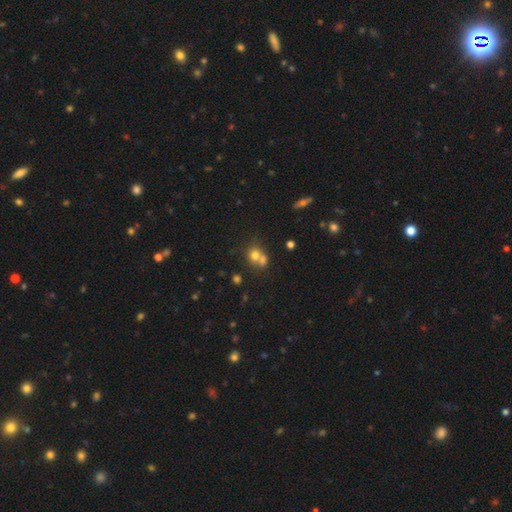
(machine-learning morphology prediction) Smooth or featured?
  - smooth: 71% *
  - featured or disk: 15%
  - star or artifact: 14%
How rounded?
  - round: 77% *
  - in between: 22%
  - cigar-shaped: 1%
Merging?
  - merger: 53% *
  - none: 36%
  - minor disturbance: 7%
  - major disturbance: 4%